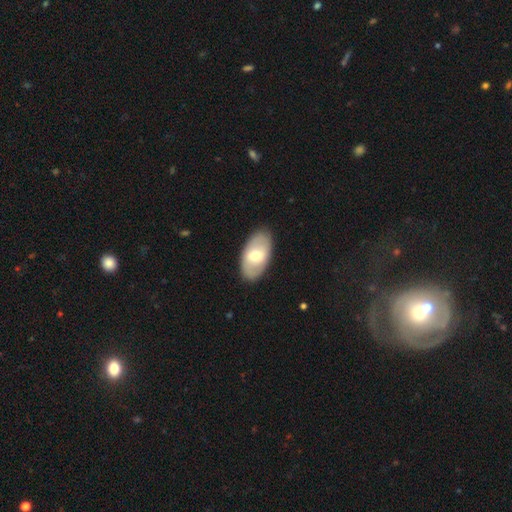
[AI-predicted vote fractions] Smooth or featured? Predicted: smooth (p=0.55). How rounded? Predicted: in between (p=0.93). Merging? Predicted: none (p=0.86).